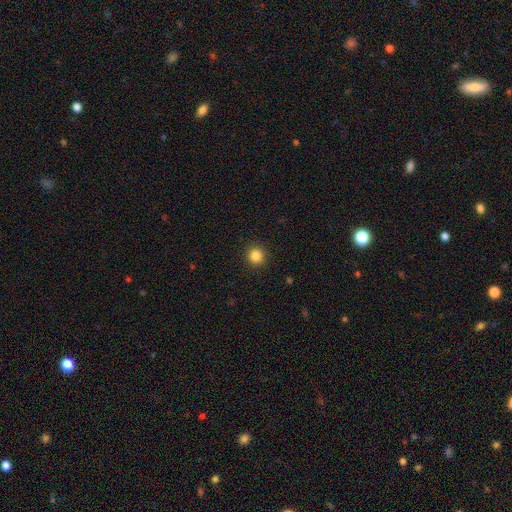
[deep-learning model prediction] Smooth or featured? smooth (85%)
How rounded? round (94%)
Merging? none (92%)